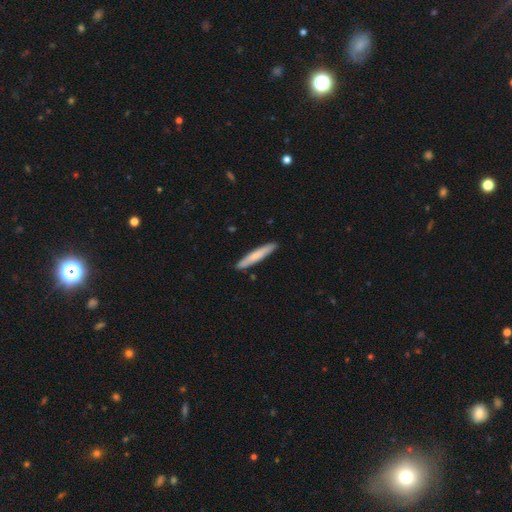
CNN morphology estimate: This appears to be a smooth galaxy with no disk features (71%) that is cigar-shaped (95%). Merging: none (90%).